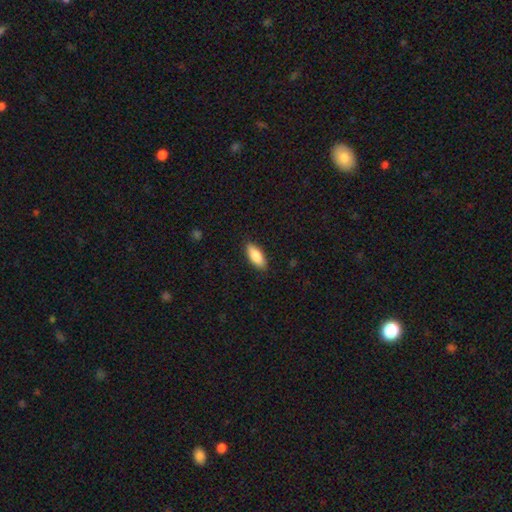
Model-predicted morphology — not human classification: type=smooth (86%); roundness=in between (78%); merging=none (88%).